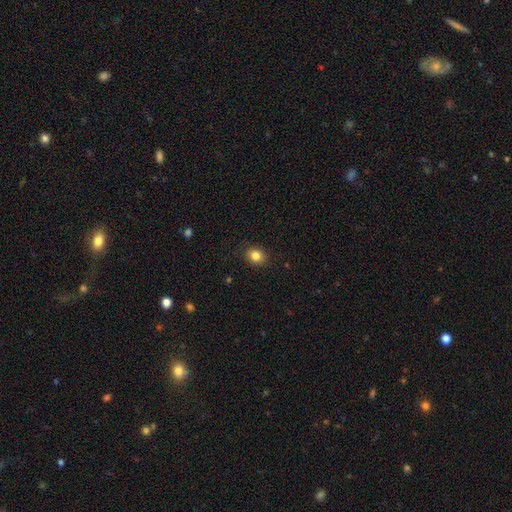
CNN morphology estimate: This is clearly a smooth galaxy (84%). How rounded: possibly round (56%). Merging: clearly none (88%).